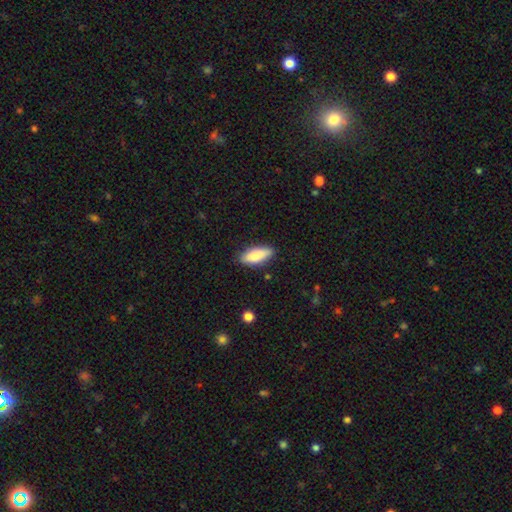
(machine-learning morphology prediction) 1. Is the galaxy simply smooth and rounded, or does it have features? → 84% smooth, 10% featured or disk, 6% star or artifact.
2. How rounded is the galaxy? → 76% in between, 22% cigar-shaped, 2% round.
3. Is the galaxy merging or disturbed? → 81% none, 15% minor disturbance, 3% major disturbance, 1% merger.